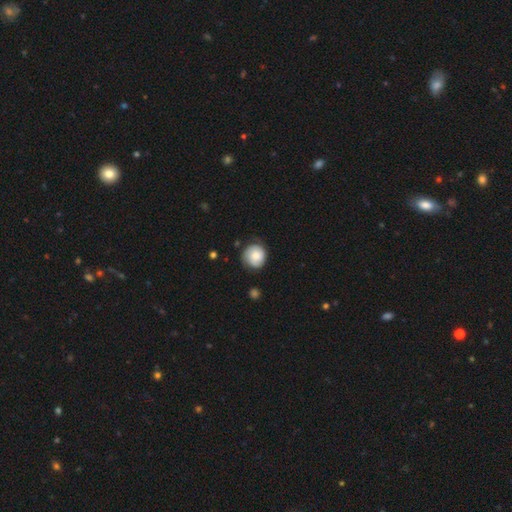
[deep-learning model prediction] Morphology: type=smooth (66%); roundness=round (90%); merging=none (73%).